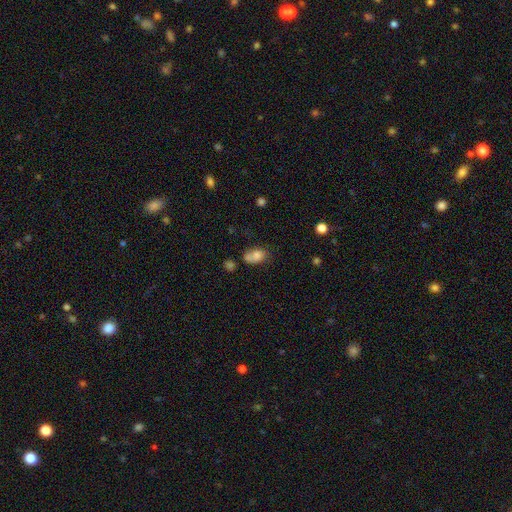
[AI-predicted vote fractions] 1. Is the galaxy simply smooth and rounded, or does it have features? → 74% smooth, 16% featured or disk, 10% star or artifact.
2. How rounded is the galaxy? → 77% in between, 21% round, 2% cigar-shaped.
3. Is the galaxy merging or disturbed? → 39% none, 27% merger, 22% minor disturbance, 11% major disturbance.